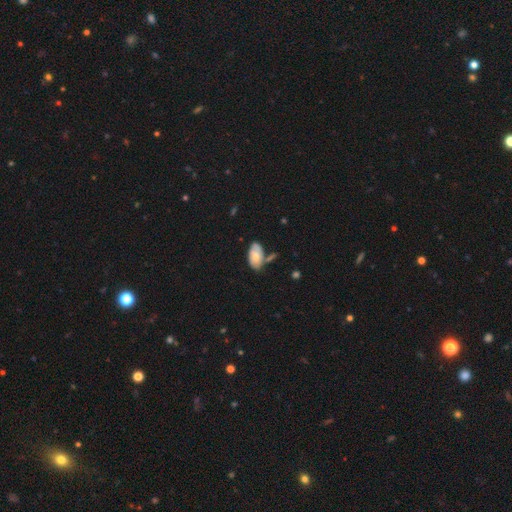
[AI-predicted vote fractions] Smooth or featured? Predicted: smooth (p=0.60). How rounded? Predicted: in between (p=0.94). Merging? Predicted: none (p=0.52).